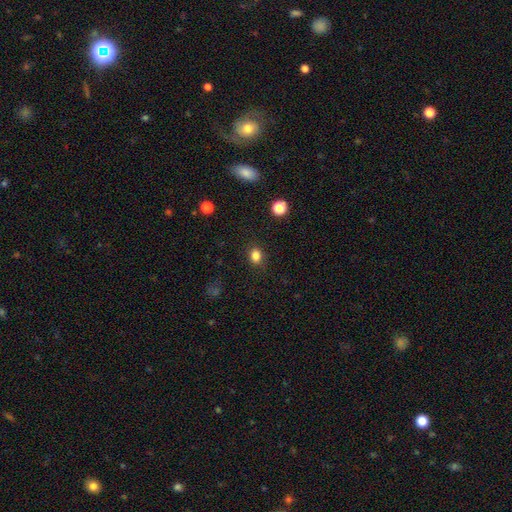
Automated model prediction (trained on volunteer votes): Smooth or featured: smooth — 83% (star or artifact — 12%)
How rounded: round — 50% (in between — 49%)
Merging: none — 86% (minor disturbance — 10%)